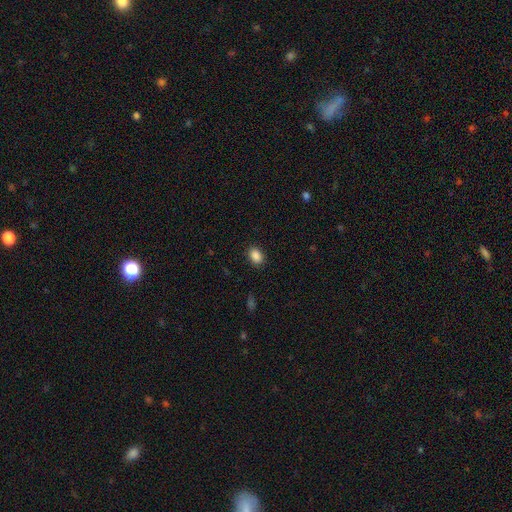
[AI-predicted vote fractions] The model was most divided on "how rounded": in between: 74%, round: 25%, cigar-shaped: 1%. More confident: merging — none (89%); smooth or featured — smooth (88%).